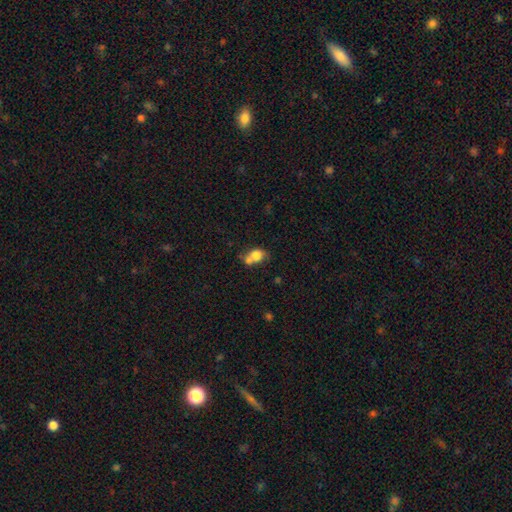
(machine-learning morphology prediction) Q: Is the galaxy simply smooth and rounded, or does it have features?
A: smooth — 75%.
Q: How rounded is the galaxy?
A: in between — 50%.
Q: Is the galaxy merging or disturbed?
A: merger — 50%.